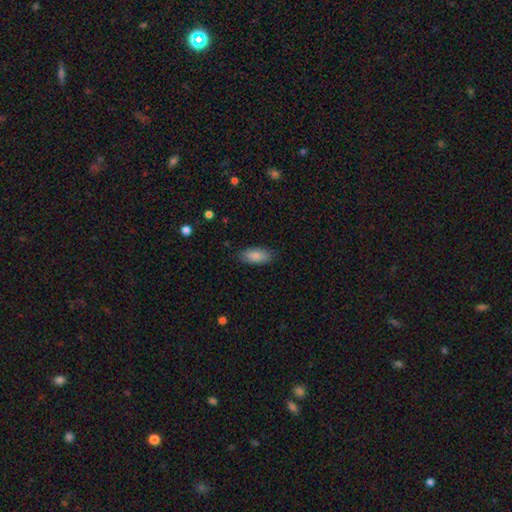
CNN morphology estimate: Q: Smooth or featured?
A: smooth (87%); runner-up: featured or disk (7%)
Q: How rounded?
A: in between (87%); runner-up: cigar-shaped (11%)
Q: Merging?
A: none (83%); runner-up: minor disturbance (13%)